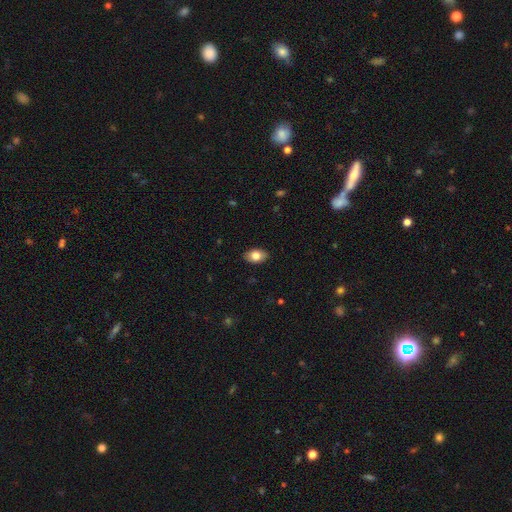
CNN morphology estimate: Smooth or featured? Predicted: smooth (p=0.80). How rounded? Predicted: in between (p=0.89). Merging? Predicted: none (p=0.88).